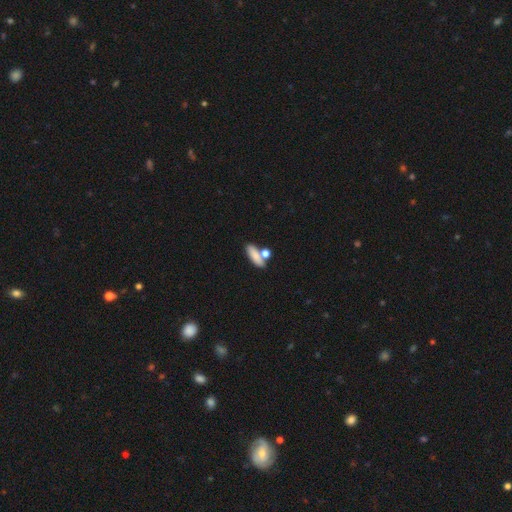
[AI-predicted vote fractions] Morphology: type=smooth (80%); roundness=in between (62%); merging=none (55%).